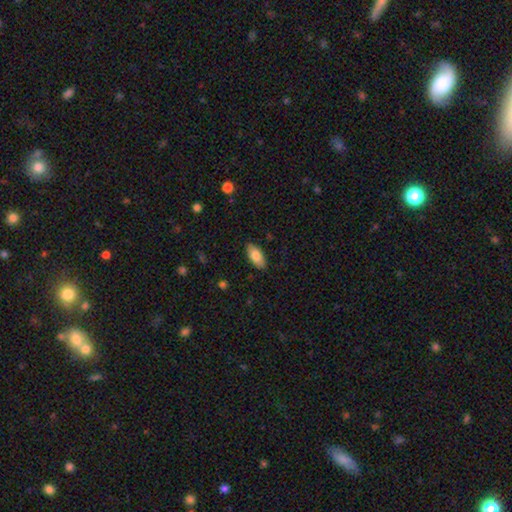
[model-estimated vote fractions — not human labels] A smooth galaxy with no disk features (81%) that is in between round and cigar-shaped (90%).

Vote fractions:
- Smooth or featured? smooth: 81% / featured or disk: 13% / star or artifact: 6%
- How rounded? in between: 90% / cigar-shaped: 8% / round: 2%
- Merging? none: 87% / minor disturbance: 10% / major disturbance: 2% / merger: 1%